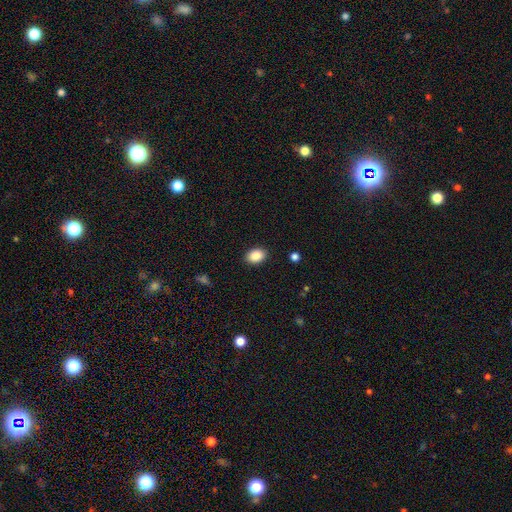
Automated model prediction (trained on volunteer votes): smooth 88%, star or artifact 8%, featured or disk 4%. Down the decision tree: how rounded — in between (79%); merging — none (89%).